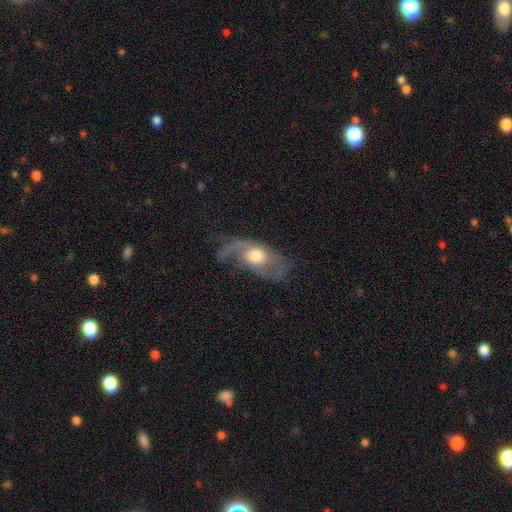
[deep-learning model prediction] Smooth or featured? Predicted: featured or disk (p=0.62). Edge-on disk? Predicted: no (p=0.89). Bar? Predicted: no (p=0.75). Spiral arms? Predicted: yes (p=0.75). Bulge size? Predicted: moderate (p=0.61). Merging? Predicted: none (p=0.41).